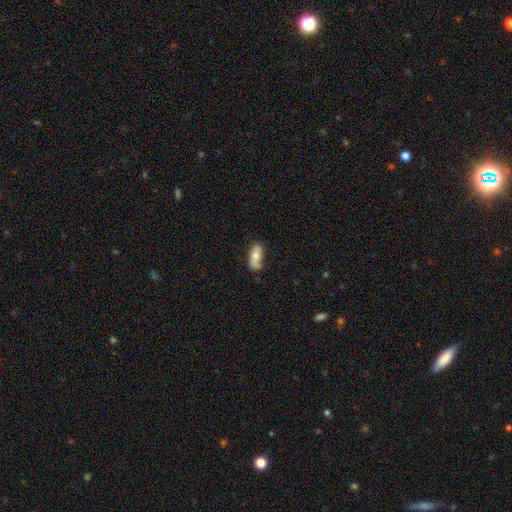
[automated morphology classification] Q: Smooth or featured?
A: smooth (69%); runner-up: featured or disk (24%)
Q: How rounded?
A: in between (85%); runner-up: cigar-shaped (12%)
Q: Merging?
A: none (60%); runner-up: minor disturbance (30%)